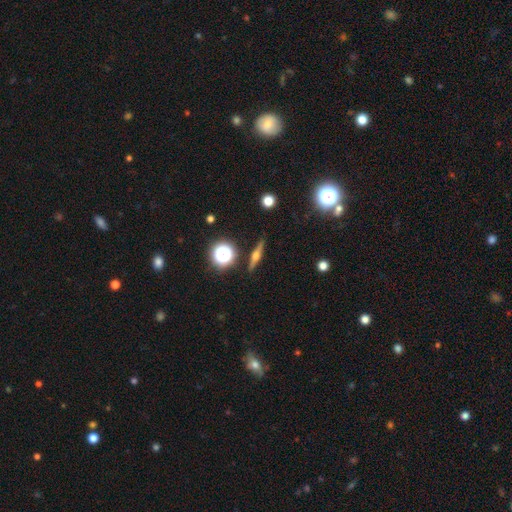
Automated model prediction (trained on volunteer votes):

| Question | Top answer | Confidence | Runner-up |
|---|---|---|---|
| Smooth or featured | featured or disk | 64% | smooth (25%) |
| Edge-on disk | yes | 96% | no (4%) |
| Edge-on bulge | rounded | 92% | boxy (4%) |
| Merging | none | 88% | minor disturbance (8%) |